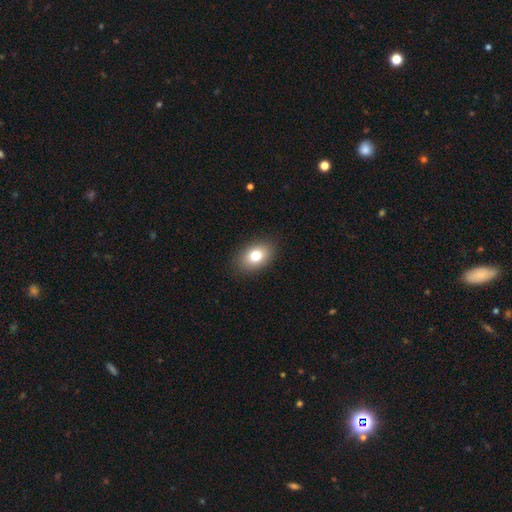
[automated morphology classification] Overall: smooth (79%). How rounded: in between (83%). Merging: none (88%).